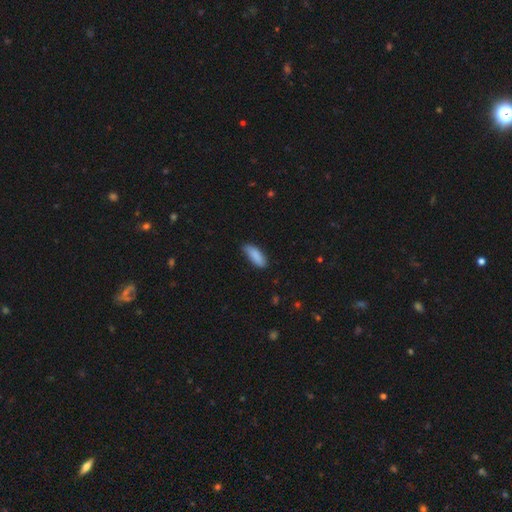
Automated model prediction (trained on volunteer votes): Morphology: type=smooth (88%); roundness=in between (69%); merging=none (76%).